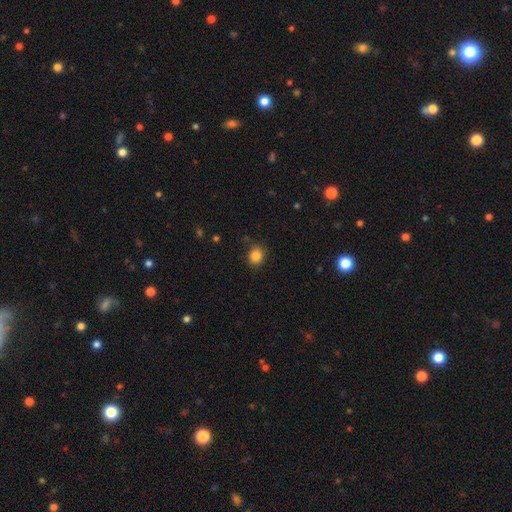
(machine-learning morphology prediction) smooth 85%, star or artifact 11%, featured or disk 5%. Down the decision tree: how rounded — round (72%); merging — none (85%).